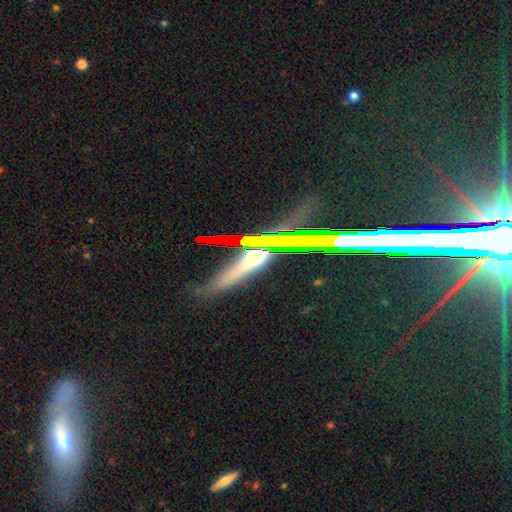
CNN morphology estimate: type=featured or disk (50%); merging=none (80%).